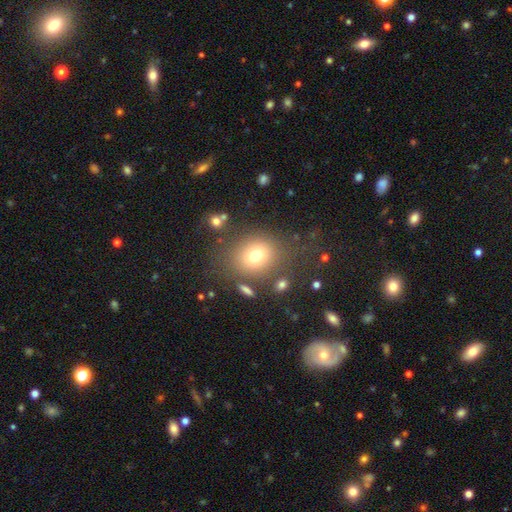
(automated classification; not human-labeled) smooth 73%, star or artifact 15%, featured or disk 12%. Down the decision tree: how rounded — round (58%); merging — none (75%).